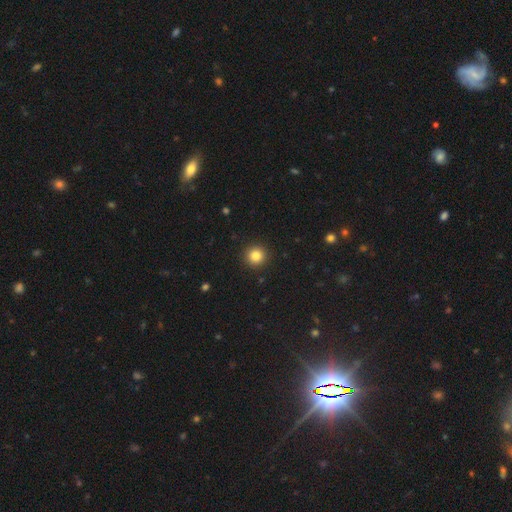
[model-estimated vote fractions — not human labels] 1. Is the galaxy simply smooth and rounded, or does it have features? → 84% smooth, 11% star or artifact, 5% featured or disk.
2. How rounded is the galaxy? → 95% round, 4% in between, 1% cigar-shaped.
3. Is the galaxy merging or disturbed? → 93% none, 5% minor disturbance, 2% major disturbance, 1% merger.